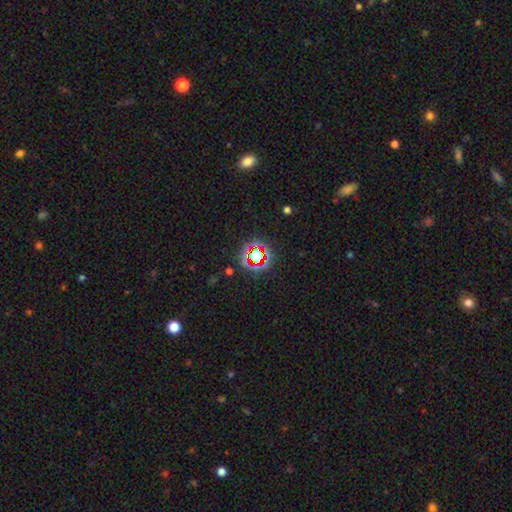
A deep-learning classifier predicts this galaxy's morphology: Q: Smooth or featured?
A: star or artifact (71%); runner-up: smooth (19%)